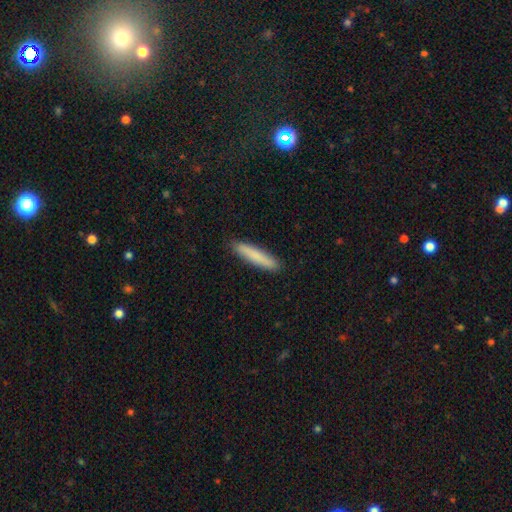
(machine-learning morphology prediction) Smooth or featured?
  - smooth: 82% *
  - featured or disk: 13%
  - star or artifact: 6%
How rounded?
  - cigar-shaped: 92% *
  - in between: 7%
  - round: 1%
Merging?
  - none: 90% *
  - minor disturbance: 7%
  - major disturbance: 1%
  - merger: 1%